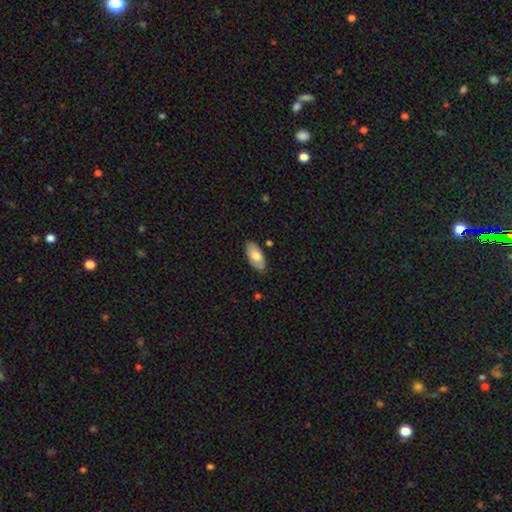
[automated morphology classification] smooth-or-featured: smooth: 72% | featured or disk: 22% | star or artifact: 6%
  how-rounded: in between: 93% | cigar-shaped: 5% | round: 2%
  merging: none: 83% | minor disturbance: 13% | major disturbance: 2% | merger: 2%